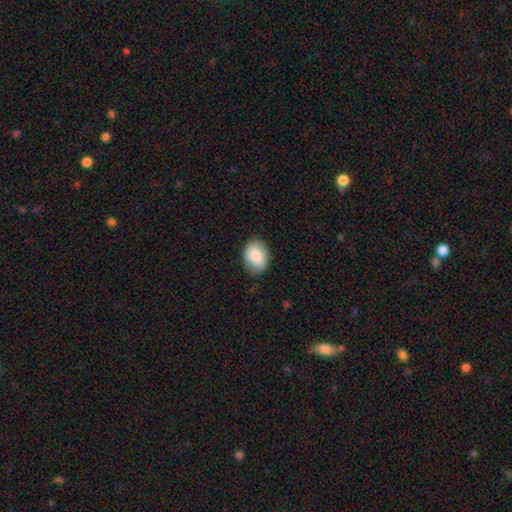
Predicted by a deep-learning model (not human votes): The model was most divided on "how rounded": in between: 72%, round: 27%, cigar-shaped: 1%. More confident: smooth or featured — smooth (84%); merging — none (82%).